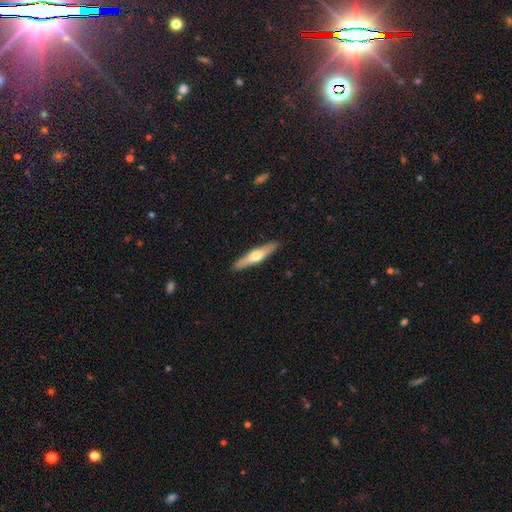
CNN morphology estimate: This is possibly a featured or disk galaxy (56%). It is clearly viewed edge-on (95%). Edge-on bulge: clearly rounded (94%). Merging: clearly none (91%).